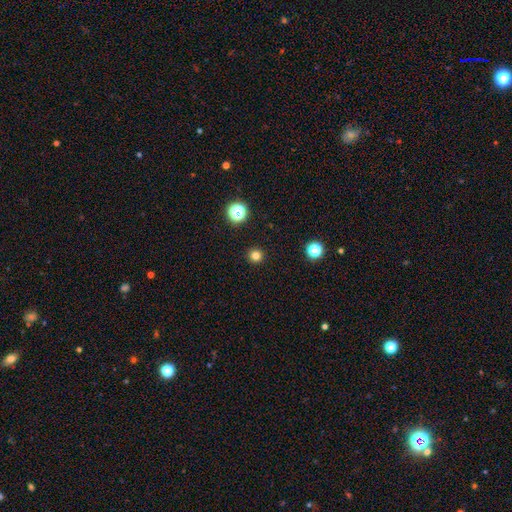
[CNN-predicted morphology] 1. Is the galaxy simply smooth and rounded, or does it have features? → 79% smooth, 16% star or artifact, 5% featured or disk.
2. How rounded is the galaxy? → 95% round, 4% in between, 1% cigar-shaped.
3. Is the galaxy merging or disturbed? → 93% none, 4% minor disturbance, 2% major disturbance, 1% merger.